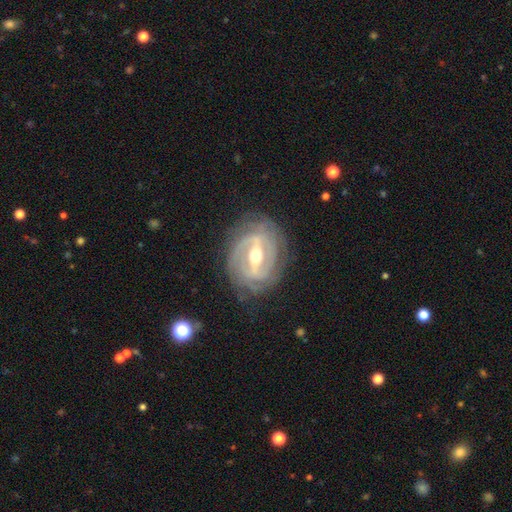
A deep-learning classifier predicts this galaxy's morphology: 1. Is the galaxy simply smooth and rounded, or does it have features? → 89% featured or disk, 6% smooth, 5% star or artifact.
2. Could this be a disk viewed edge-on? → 94% no, 6% yes.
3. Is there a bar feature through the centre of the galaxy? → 63% strong, 29% weak, 8% no.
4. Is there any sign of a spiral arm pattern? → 92% yes, 8% no.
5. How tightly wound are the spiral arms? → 66% tight, 26% medium, 8% loose.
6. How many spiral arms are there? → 39% 2, 27% can't tell, 19% 3, 7% 4, 4% 1, 4% more than 4.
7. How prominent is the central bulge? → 71% moderate, 22% small, 6% large, 1% dominant, 1% none.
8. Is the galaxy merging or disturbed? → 77% none, 16% minor disturbance, 6% major disturbance, 1% merger.